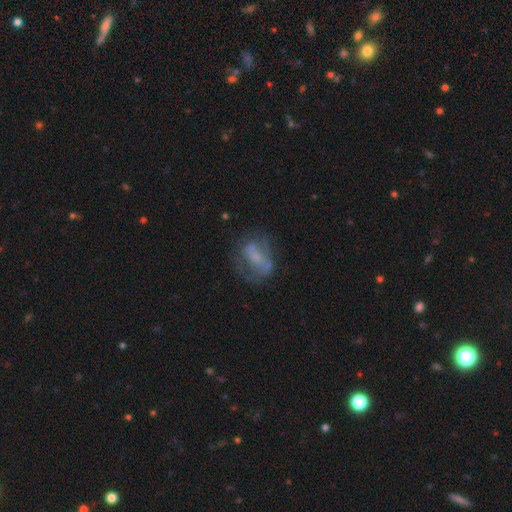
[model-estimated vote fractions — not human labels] smooth_or_featured: featured or disk (p=0.49) [alt: smooth p=0.35]
merging: none (p=0.58) [alt: minor disturbance p=0.21]